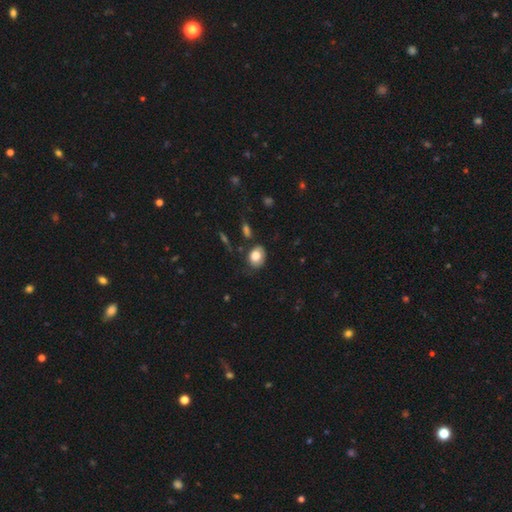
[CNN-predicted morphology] smooth 79%, featured or disk 13%, star or artifact 8%. Down the decision tree: how rounded — in between (59%); merging — none (65%).